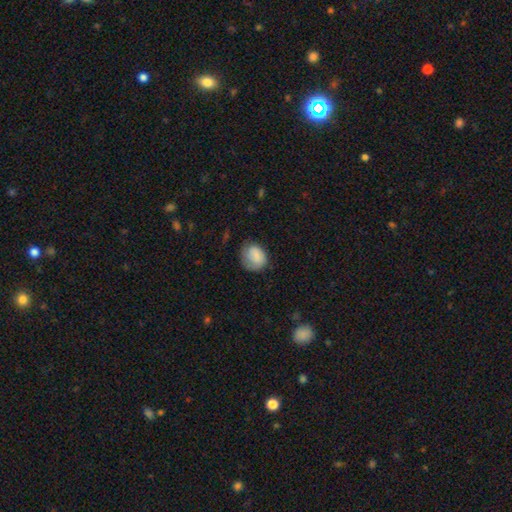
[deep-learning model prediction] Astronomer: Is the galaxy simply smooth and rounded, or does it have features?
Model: smooth — 78%.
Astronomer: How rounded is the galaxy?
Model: round — 53% (runner-up: in between, 46%).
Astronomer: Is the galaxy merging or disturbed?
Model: none — 58%.